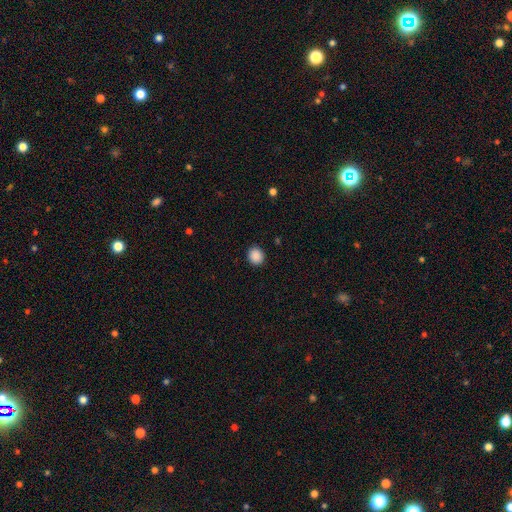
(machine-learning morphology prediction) This is clearly a smooth galaxy (89%). How rounded: likely round (78%). Merging: clearly none (91%).